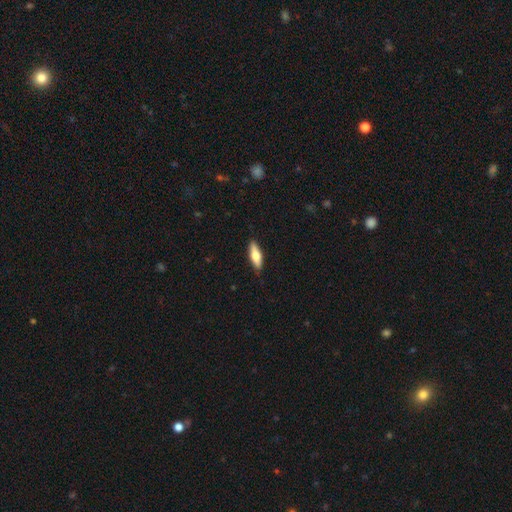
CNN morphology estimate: smooth_or_featured: smooth (p=0.62) [alt: featured or disk p=0.33]
how_rounded: cigar-shaped (p=0.51) [alt: in between p=0.47]
merging: none (p=0.88) [alt: minor disturbance p=0.09]